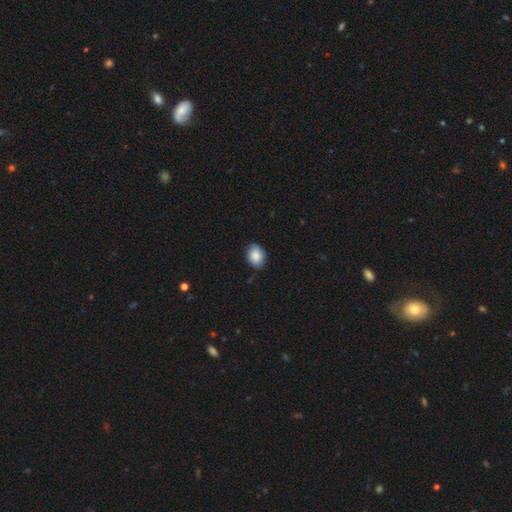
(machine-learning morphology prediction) Q: Smooth or featured?
A: smooth (86%); runner-up: star or artifact (7%)
Q: How rounded?
A: in between (67%); runner-up: round (32%)
Q: Merging?
A: none (78%); runner-up: minor disturbance (18%)